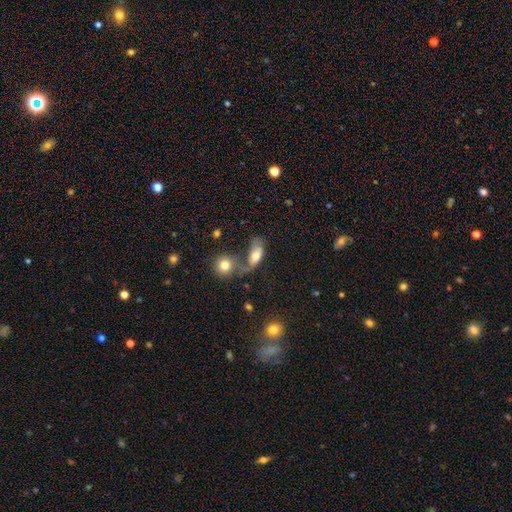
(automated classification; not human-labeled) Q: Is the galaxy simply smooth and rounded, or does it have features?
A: smooth — 68%.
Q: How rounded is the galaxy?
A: in between — 84%.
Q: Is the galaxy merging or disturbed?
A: merger — 42%.